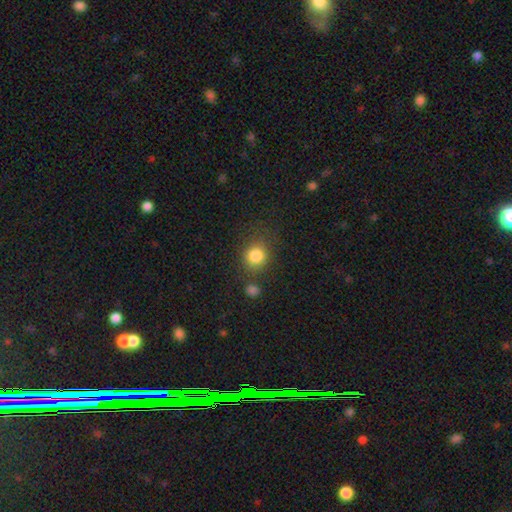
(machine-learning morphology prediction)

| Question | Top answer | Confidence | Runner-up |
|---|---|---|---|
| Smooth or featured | smooth | 83% | star or artifact (11%) |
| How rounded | round | 80% | in between (19%) |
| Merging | none | 74% | minor disturbance (13%) |